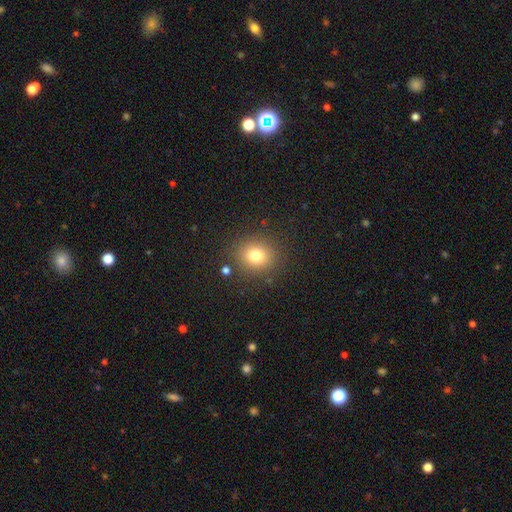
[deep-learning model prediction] Overall: smooth (76%). How rounded: round (80%). Merging: none (87%).